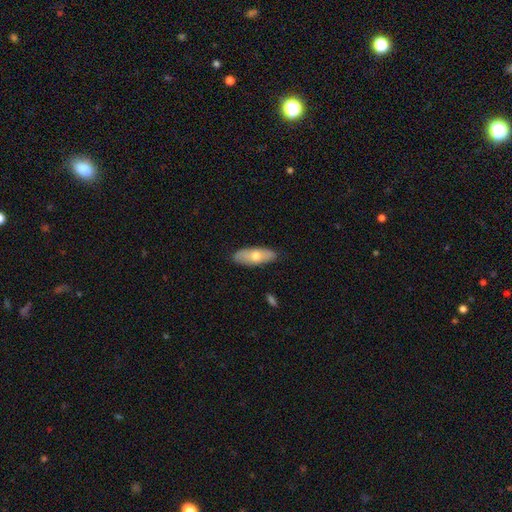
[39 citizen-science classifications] Overall: smooth (49%, tied with featured or disk). How rounded: in between (84%). Merging: none (97%).